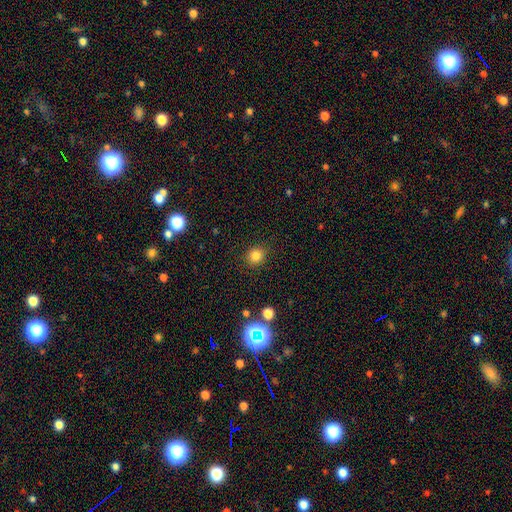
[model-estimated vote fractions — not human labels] A smooth galaxy with no disk features (81%) that is round (82%). Merging: none (89%).